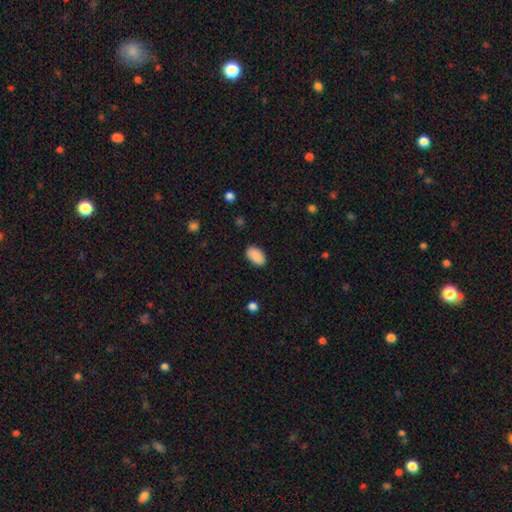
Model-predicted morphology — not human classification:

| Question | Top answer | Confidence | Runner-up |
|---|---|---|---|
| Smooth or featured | smooth | 90% | star or artifact (7%) |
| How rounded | in between | 93% | round (5%) |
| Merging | none | 87% | minor disturbance (10%) |